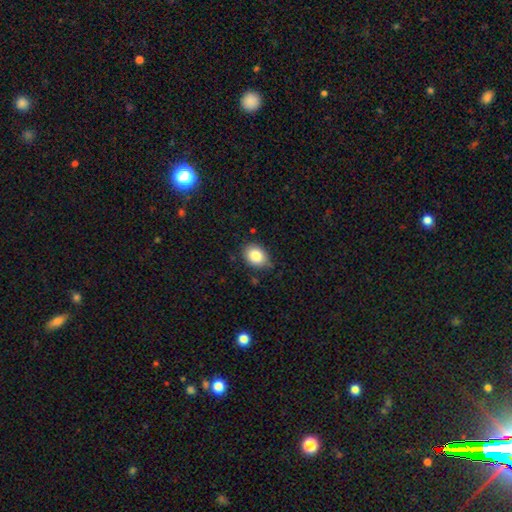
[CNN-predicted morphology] Smooth or featured? Predicted: smooth (p=0.84). How rounded? Predicted: in between (p=0.60). Merging? Predicted: none (p=0.78).